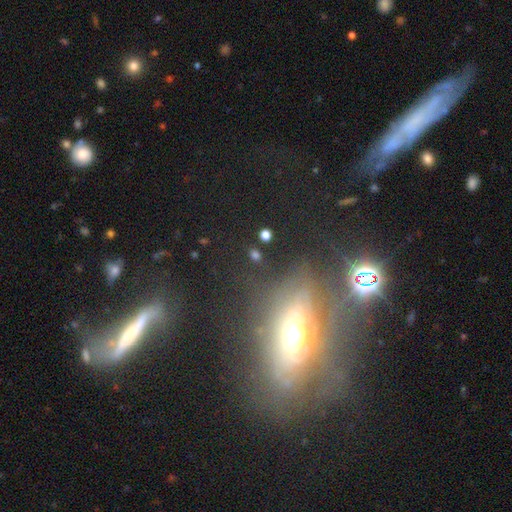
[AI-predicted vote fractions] star or artifact 42%, smooth 31%, featured or disk 28%.